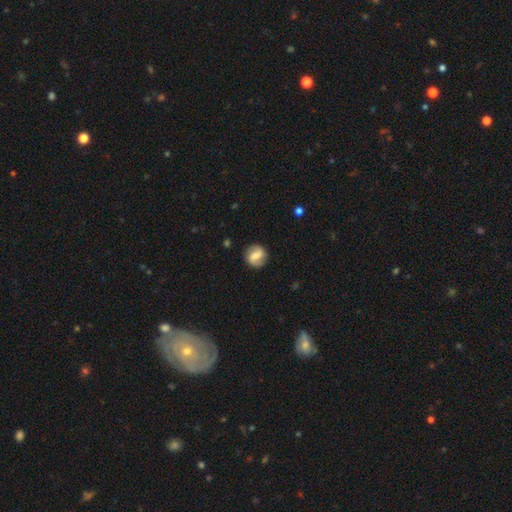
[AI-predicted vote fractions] Smooth or featured? Predicted: featured or disk (p=0.56). Edge-on disk? Predicted: no (p=0.97). Bar? Predicted: weak (p=0.45). Spiral arms? Predicted: yes (p=0.85). Bulge size? Predicted: moderate (p=0.41). Merging? Predicted: none (p=0.85).